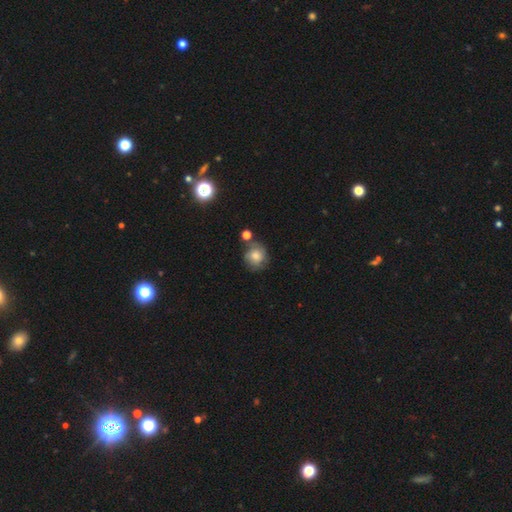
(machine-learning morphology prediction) Q: Smooth or featured?
A: smooth (67%); runner-up: featured or disk (23%)
Q: How rounded?
A: round (82%); runner-up: in between (17%)
Q: Merging?
A: none (62%); runner-up: minor disturbance (20%)